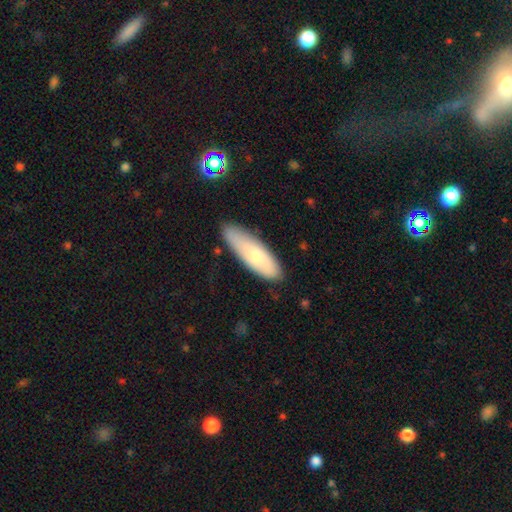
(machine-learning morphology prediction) smooth_or_featured: smooth (p=0.72) [alt: featured or disk p=0.21]
how_rounded: in between (p=0.50) [alt: cigar-shaped p=0.48]
merging: none (p=0.77) [alt: minor disturbance p=0.18]